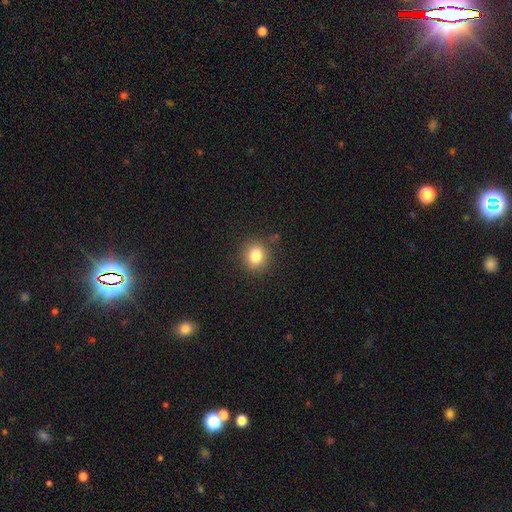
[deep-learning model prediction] Q: Smooth or featured?
A: smooth (81%); runner-up: star or artifact (12%)
Q: How rounded?
A: round (84%); runner-up: in between (15%)
Q: Merging?
A: none (87%); runner-up: minor disturbance (9%)